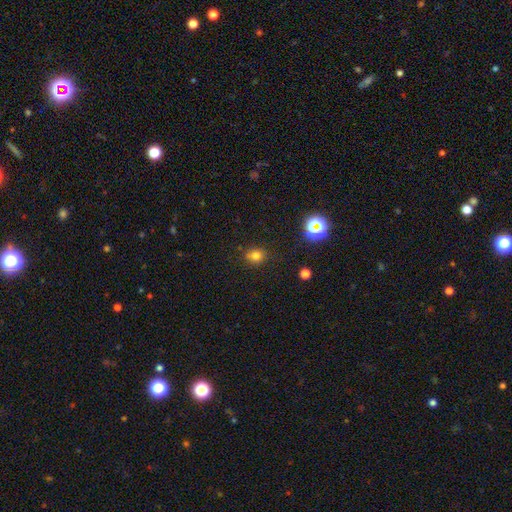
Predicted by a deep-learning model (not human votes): Smooth or featured?
  - smooth: 73% *
  - star or artifact: 19%
  - featured or disk: 8%
How rounded?
  - round: 66% *
  - in between: 33%
  - cigar-shaped: 1%
Merging?
  - none: 76% *
  - minor disturbance: 16%
  - merger: 4%
  - major disturbance: 4%